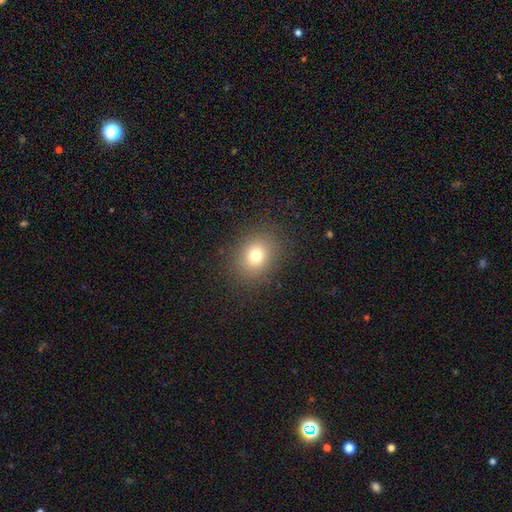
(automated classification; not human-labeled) smooth 75%, star or artifact 15%, featured or disk 10%. Down the decision tree: how rounded — round (61%); merging — none (87%).